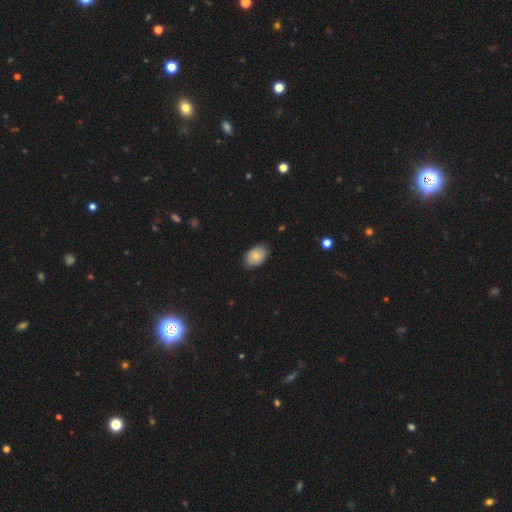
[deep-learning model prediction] Morphology: type=smooth (79%); roundness=in between (87%); merging=none (82%).